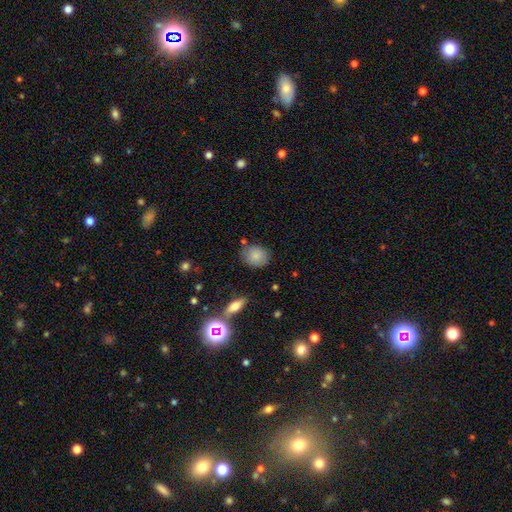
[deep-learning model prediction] Morphology: type=smooth (83%); roundness=round (57%); merging=none (79%).